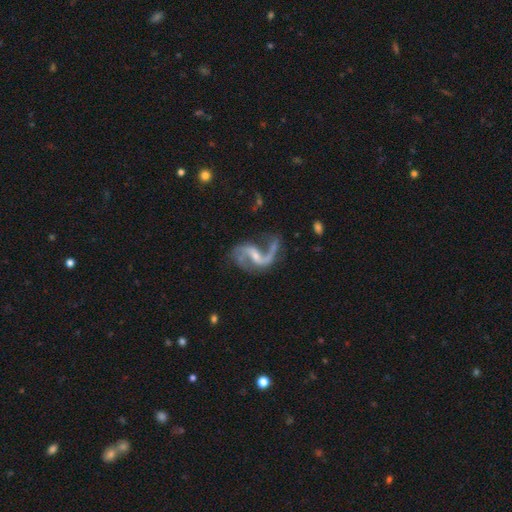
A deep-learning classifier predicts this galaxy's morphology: Smooth or featured? Predicted: featured or disk (p=0.90). Edge-on disk? Predicted: no (p=0.98). Bar? Predicted: weak (p=0.45). Spiral arms? Predicted: yes (p=0.96). Spiral winding? Predicted: loose (p=0.74). Spiral arm count? Predicted: 2 (p=0.90). Bulge size? Predicted: small (p=0.61). Merging? Predicted: none (p=0.58).